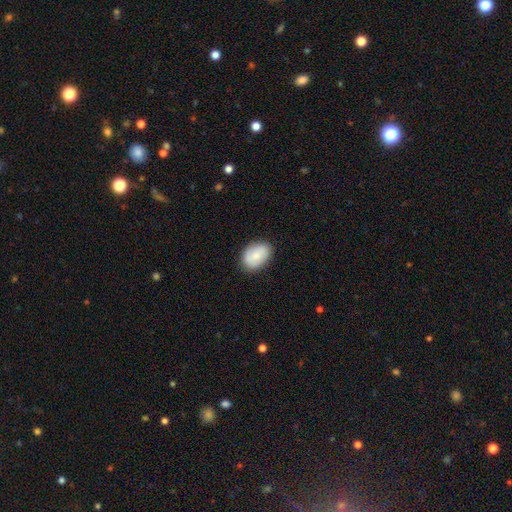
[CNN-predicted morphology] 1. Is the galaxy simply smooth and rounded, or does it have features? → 75% smooth, 18% featured or disk, 7% star or artifact.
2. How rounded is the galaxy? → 82% in between, 17% round, 1% cigar-shaped.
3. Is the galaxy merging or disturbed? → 83% none, 13% minor disturbance, 3% major disturbance, 1% merger.